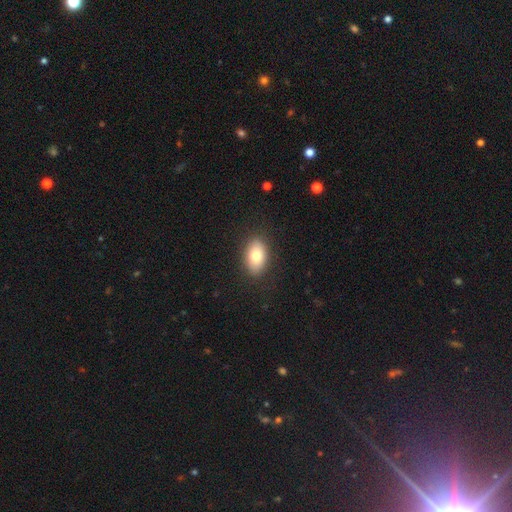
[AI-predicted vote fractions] smooth 79%, featured or disk 13%, star or artifact 8%. Down the decision tree: how rounded — in between (89%); merging — none (88%).